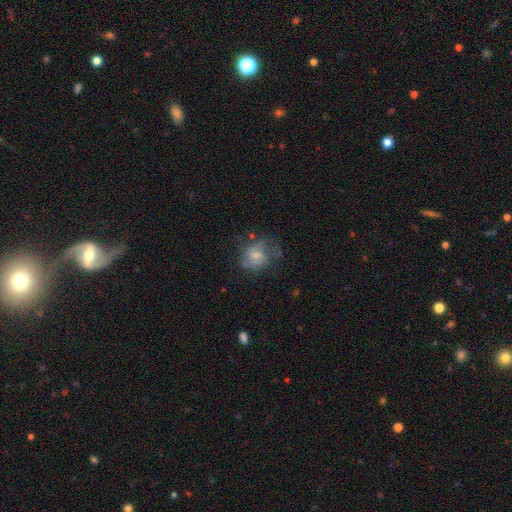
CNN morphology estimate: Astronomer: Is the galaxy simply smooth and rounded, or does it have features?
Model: featured or disk — 48% (runner-up: smooth, 42%).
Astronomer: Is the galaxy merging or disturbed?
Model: none — 40% (runner-up: major disturbance, 31%).